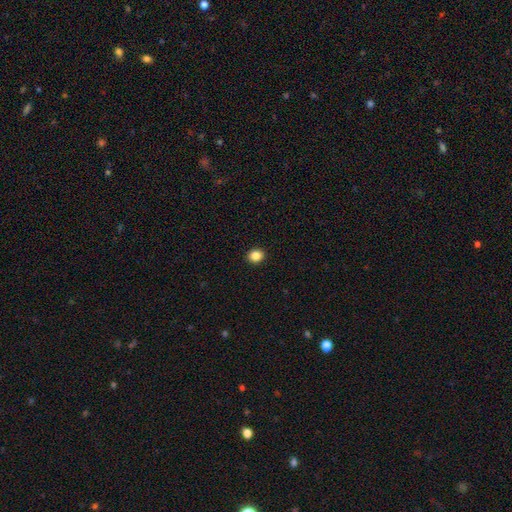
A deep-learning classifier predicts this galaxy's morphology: smooth_or_featured: smooth (p=0.86) [alt: star or artifact p=0.10]
how_rounded: round (p=0.71) [alt: in between p=0.28]
merging: none (p=0.92) [alt: minor disturbance p=0.05]